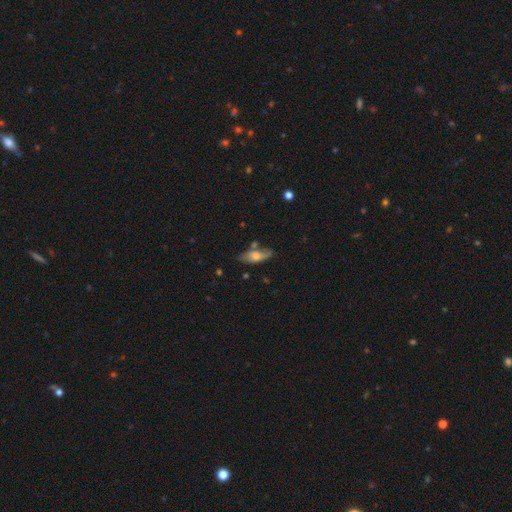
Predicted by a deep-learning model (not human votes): Overall: smooth (55%; featured or disk 38%). How rounded: in between (68%). Merging: none (61%; minor disturbance 24%).